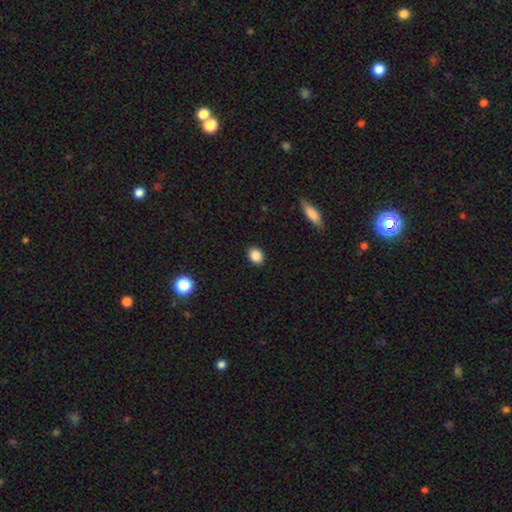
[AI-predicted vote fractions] Smooth or featured? smooth (87%)
How rounded? in between (49%, tied with round)
Merging? none (90%)